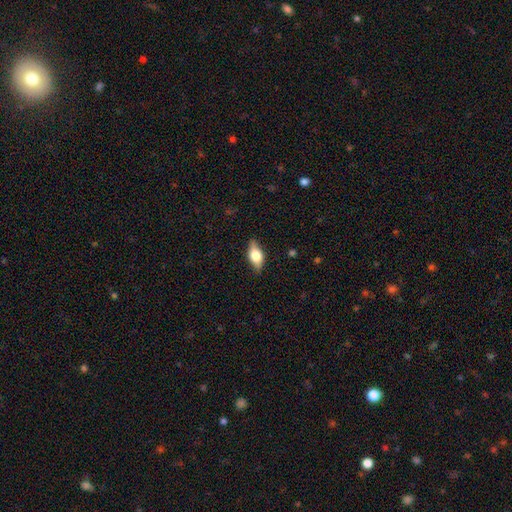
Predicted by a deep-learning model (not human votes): Smooth or featured? Predicted: smooth (p=0.64). How rounded? Predicted: in between (p=0.84). Merging? Predicted: none (p=0.83).